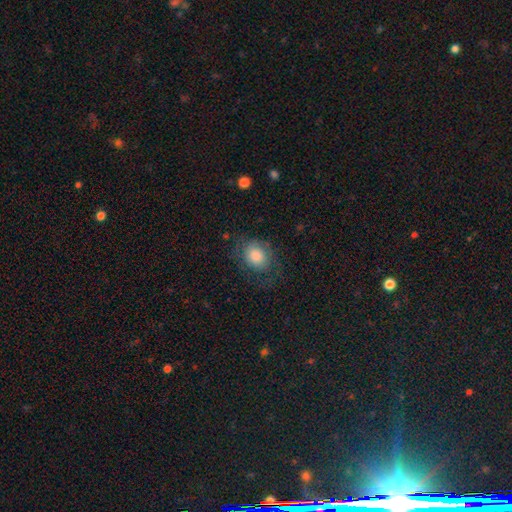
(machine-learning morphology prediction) Smooth or featured? smooth (67%)
How rounded? round (57%)
Merging? none (63%)